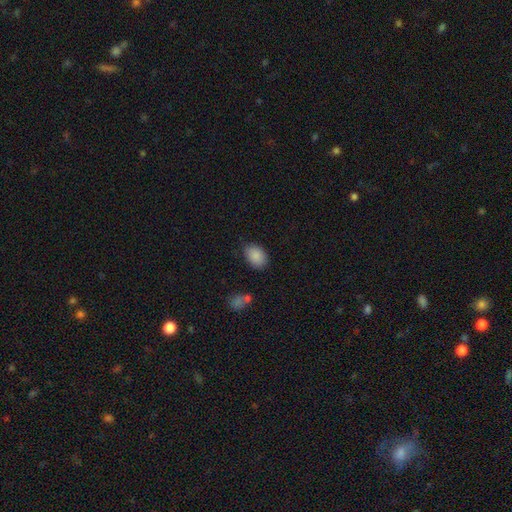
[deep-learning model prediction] Morphology: type=smooth (88%); roundness=in between (82%); merging=none (78%).